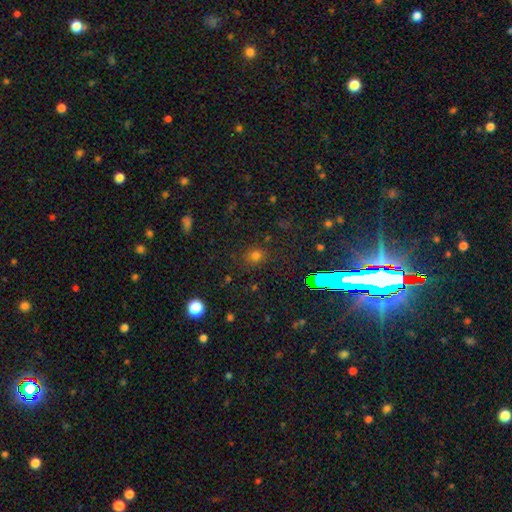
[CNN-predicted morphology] Overall: smooth (68%). How rounded: round (78%). Merging: none (82%).